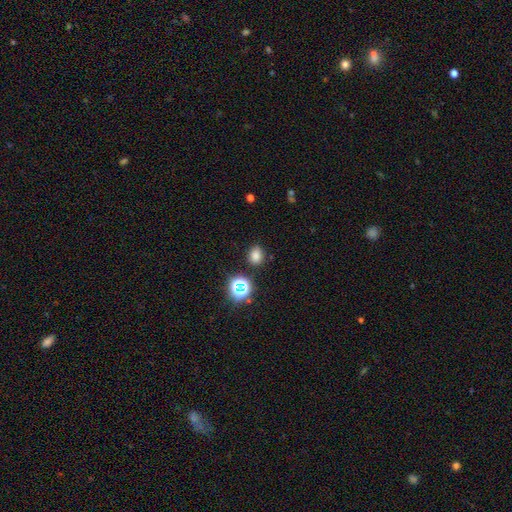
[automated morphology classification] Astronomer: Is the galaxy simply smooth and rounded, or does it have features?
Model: smooth — 76%.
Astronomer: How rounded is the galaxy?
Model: round — 55% (runner-up: in between, 44%).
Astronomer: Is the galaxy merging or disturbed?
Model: none — 82%.